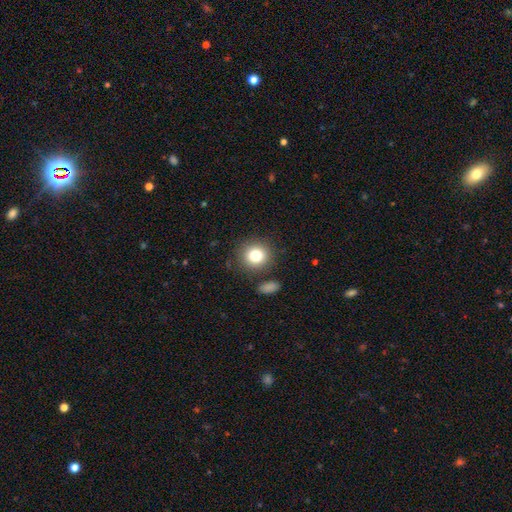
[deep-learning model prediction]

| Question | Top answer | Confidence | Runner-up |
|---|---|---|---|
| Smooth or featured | smooth | 80% | star or artifact (11%) |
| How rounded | round | 88% | in between (11%) |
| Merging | none | 83% | minor disturbance (9%) |